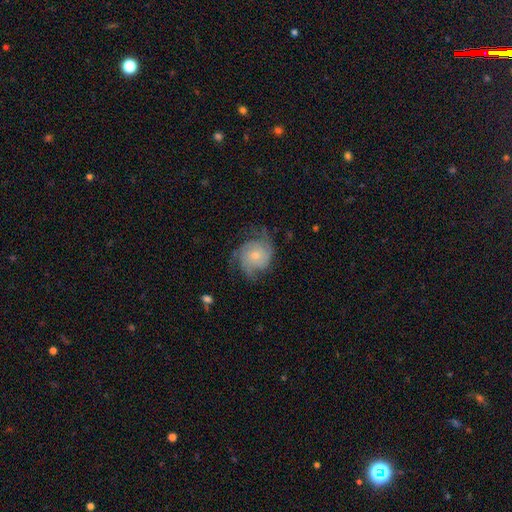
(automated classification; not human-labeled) A featured or disk galaxy (72%) with no bar (76%), 2 (36%) medium (42%) spiral arms (92%) and a moderate central bulge (46%, tied with small). Merging: none (60%).